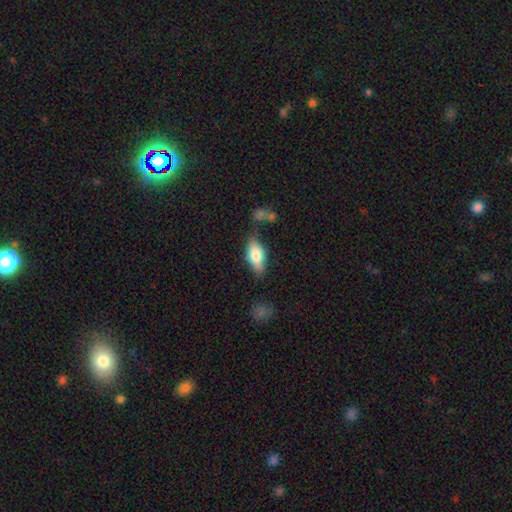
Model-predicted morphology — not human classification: Smooth or featured?
  - smooth: 69% *
  - featured or disk: 25%
  - star or artifact: 7%
How rounded?
  - in between: 82% *
  - cigar-shaped: 14%
  - round: 3%
Merging?
  - none: 70% *
  - minor disturbance: 19%
  - major disturbance: 6%
  - merger: 5%